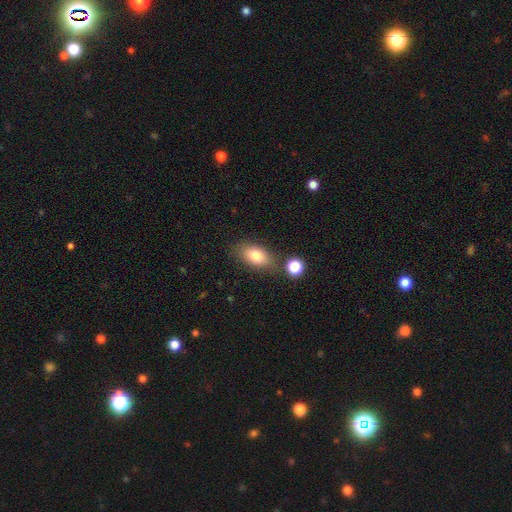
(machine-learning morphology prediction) A smooth galaxy with no disk features (79%) that is in between round and cigar-shaped (88%).

Vote fractions:
- Smooth or featured? smooth: 79% / featured or disk: 12% / star or artifact: 9%
- How rounded? in between: 88% / round: 9% / cigar-shaped: 4%
- Merging? none: 75% / minor disturbance: 14% / merger: 8% / major disturbance: 4%